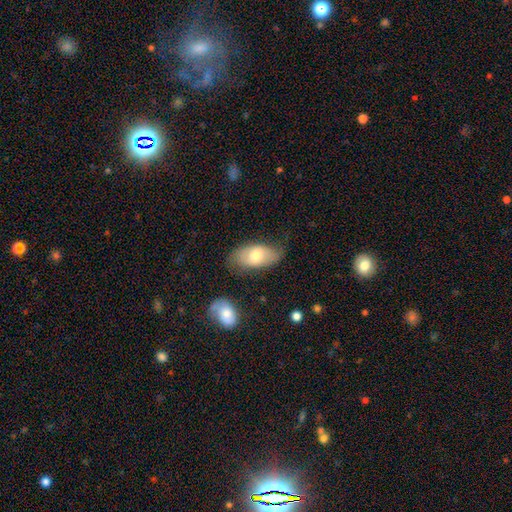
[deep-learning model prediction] smooth-or-featured: smooth: 66% | featured or disk: 28% | star or artifact: 6%
  how-rounded: in between: 93% | round: 4% | cigar-shaped: 3%
  merging: none: 62% | minor disturbance: 26% | major disturbance: 8% | merger: 4%